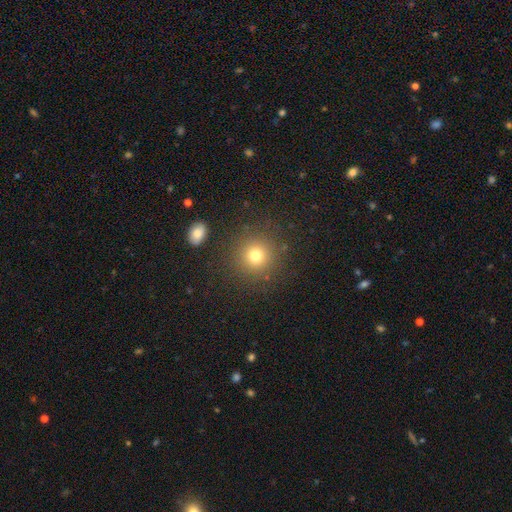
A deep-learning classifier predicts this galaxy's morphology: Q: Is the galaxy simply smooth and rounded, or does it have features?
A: smooth — 76%.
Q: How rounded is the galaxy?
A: round — 93%.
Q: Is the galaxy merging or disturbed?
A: none — 87%.